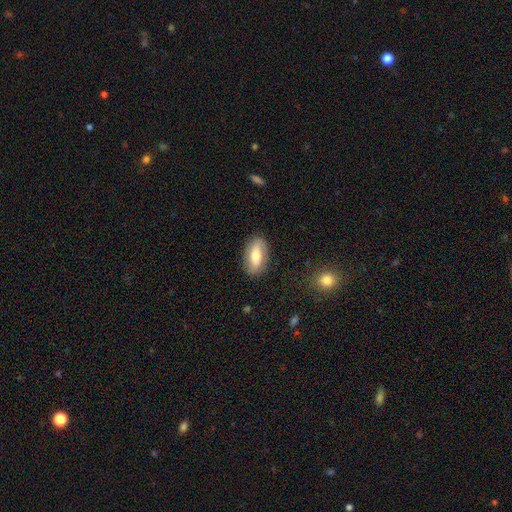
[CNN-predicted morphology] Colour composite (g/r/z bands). It shows a smooth galaxy with no disk features (62%) that is in between round and cigar-shaped (86%). Merging: none (85%).